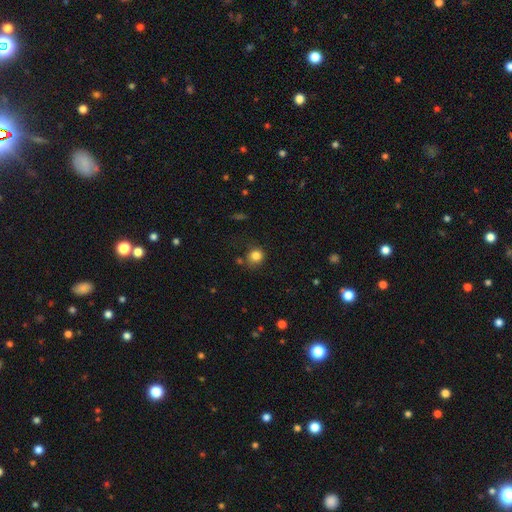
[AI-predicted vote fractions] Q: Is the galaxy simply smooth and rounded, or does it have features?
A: smooth — 83%.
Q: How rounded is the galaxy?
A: round — 85%.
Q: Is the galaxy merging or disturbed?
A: none — 71%.